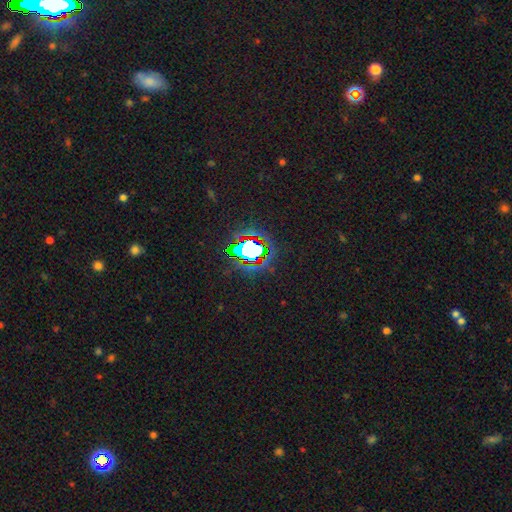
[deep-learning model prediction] Overall: star or artifact (66%).